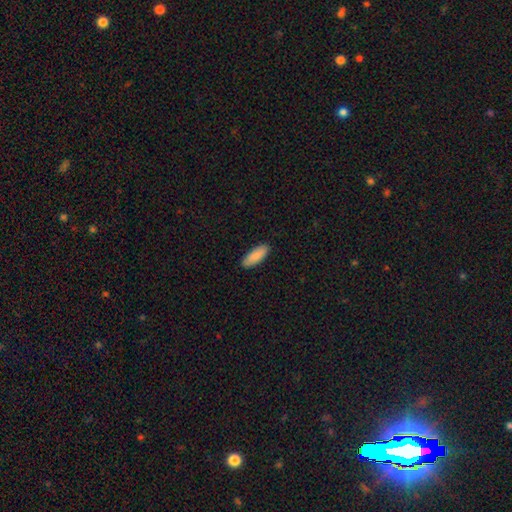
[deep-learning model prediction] A smooth galaxy with no disk features (89%) that is in between round and cigar-shaped (69%). Merging: none (89%).